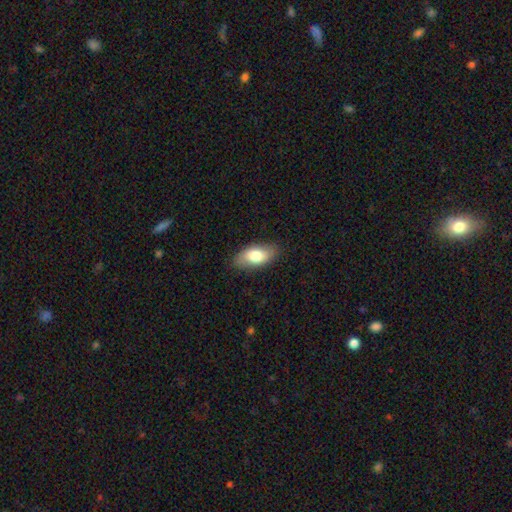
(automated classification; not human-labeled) Q: Smooth or featured?
A: smooth (75%); runner-up: featured or disk (19%)
Q: How rounded?
A: in between (90%); runner-up: cigar-shaped (6%)
Q: Merging?
A: none (83%); runner-up: minor disturbance (13%)